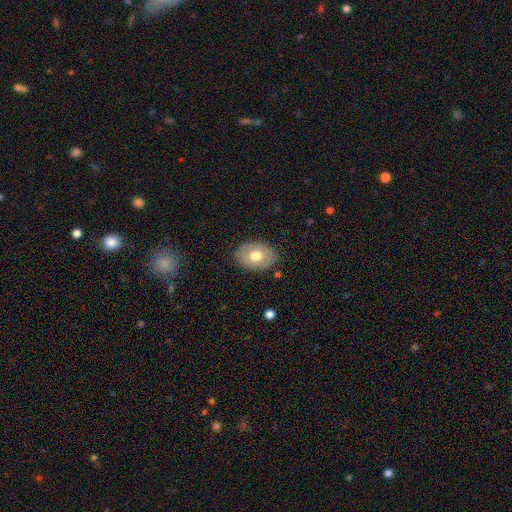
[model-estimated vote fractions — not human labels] A smooth galaxy with no disk features (64%) that is in between round and cigar-shaped (79%). Merging: none (85%).